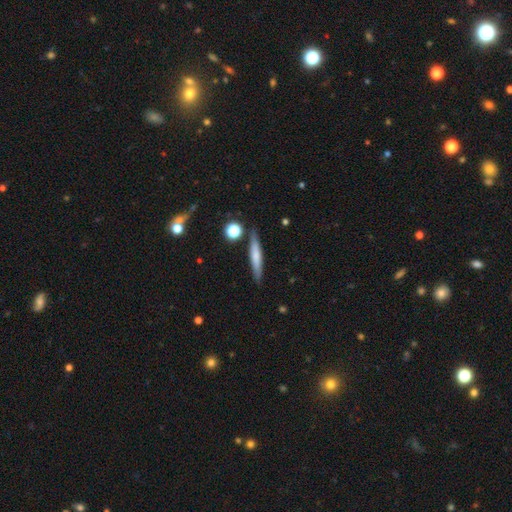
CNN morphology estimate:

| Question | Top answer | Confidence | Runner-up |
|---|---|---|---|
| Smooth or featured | smooth | 62% | featured or disk (32%) |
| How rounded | cigar-shaped | 91% | in between (8%) |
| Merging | none | 85% | minor disturbance (10%) |